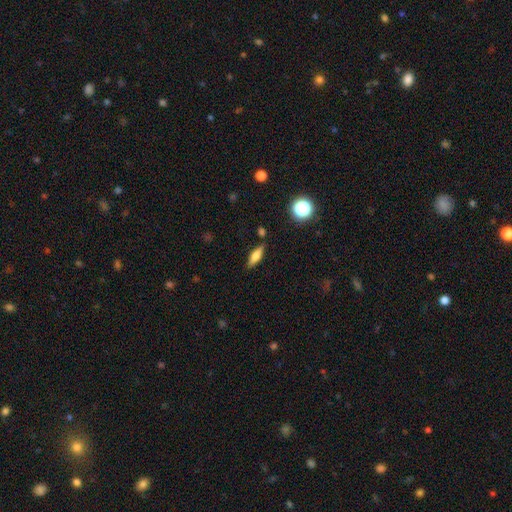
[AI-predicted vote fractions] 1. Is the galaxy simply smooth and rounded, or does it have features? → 62% smooth, 29% featured or disk, 9% star or artifact.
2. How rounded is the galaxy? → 51% in between, 45% cigar-shaped, 4% round.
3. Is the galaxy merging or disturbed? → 81% none, 12% minor disturbance, 3% merger, 3% major disturbance.